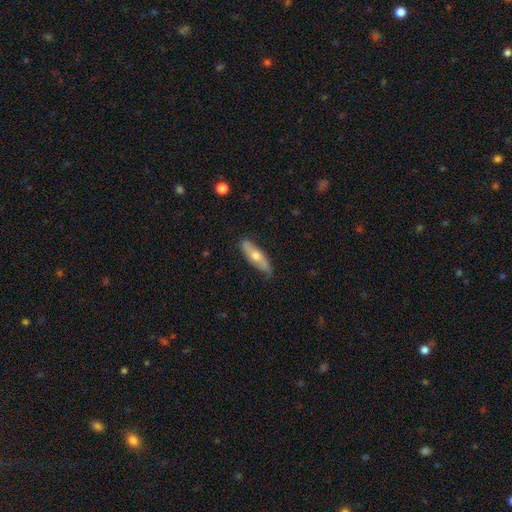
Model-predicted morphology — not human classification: Smooth or featured? Predicted: smooth (p=0.51). How rounded? Predicted: cigar-shaped (p=0.57). Merging? Predicted: none (p=0.81).